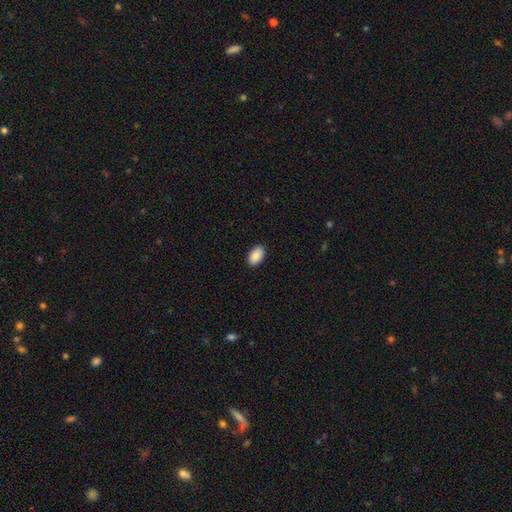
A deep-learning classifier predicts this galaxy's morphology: A smooth galaxy with no disk features (89%) that is in between round and cigar-shaped (94%). Merging: none (90%).